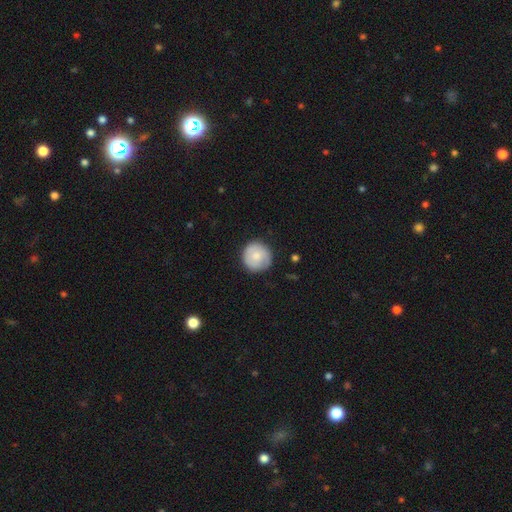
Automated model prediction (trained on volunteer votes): A smooth galaxy with no disk features (73%) that is round (94%).

Vote fractions:
- Smooth or featured? smooth: 73% / featured or disk: 20% / star or artifact: 6%
- How rounded? round: 94% / in between: 5% / cigar-shaped: 1%
- Merging? none: 83% / minor disturbance: 13% / major disturbance: 3% / merger: 1%